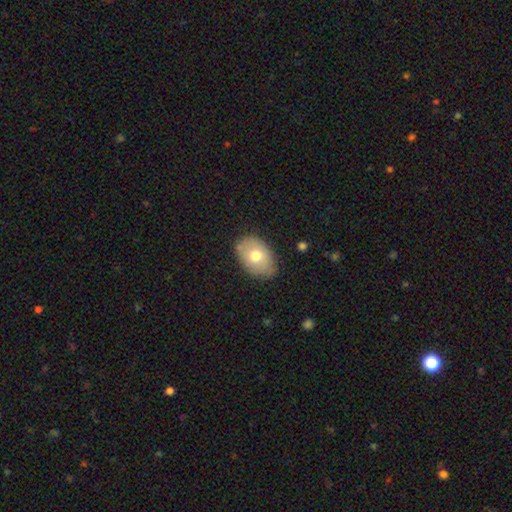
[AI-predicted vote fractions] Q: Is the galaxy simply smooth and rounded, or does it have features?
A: smooth — 69%.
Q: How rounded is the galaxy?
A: in between — 82%.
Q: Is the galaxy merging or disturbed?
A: none — 75%.